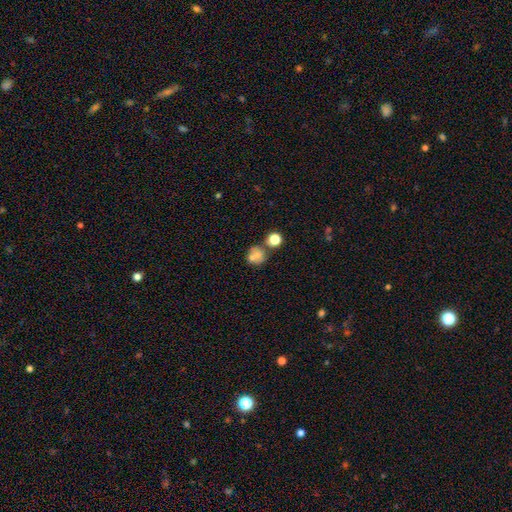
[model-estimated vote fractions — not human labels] smooth 65%, featured or disk 21%, star or artifact 14%. Down the decision tree: how rounded — round (76%); merging — none (43%).